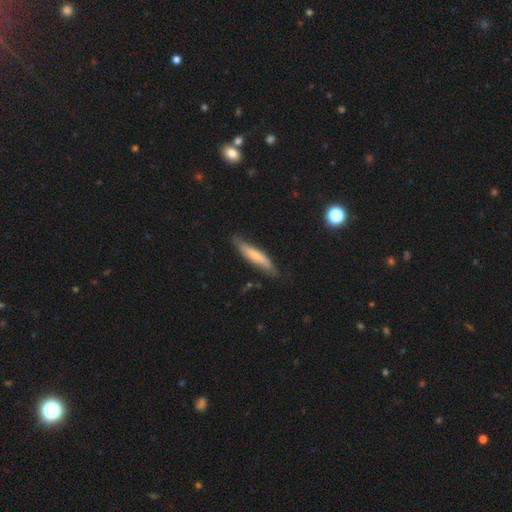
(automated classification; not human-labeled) A smooth galaxy with no disk features (60%) that is cigar-shaped (83%).

Vote fractions:
- Smooth or featured? smooth: 60% / featured or disk: 34% / star or artifact: 6%
- How rounded? cigar-shaped: 83% / in between: 15% / round: 2%
- Merging? none: 73% / minor disturbance: 21% / major disturbance: 4% / merger: 2%